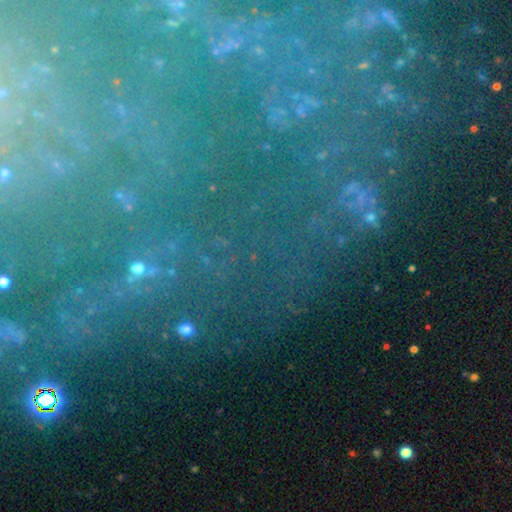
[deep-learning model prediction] A star or artifact, not a galaxy (56%).

Vote fractions:
- Smooth or featured? star or artifact: 56% / featured or disk: 29% / smooth: 15%